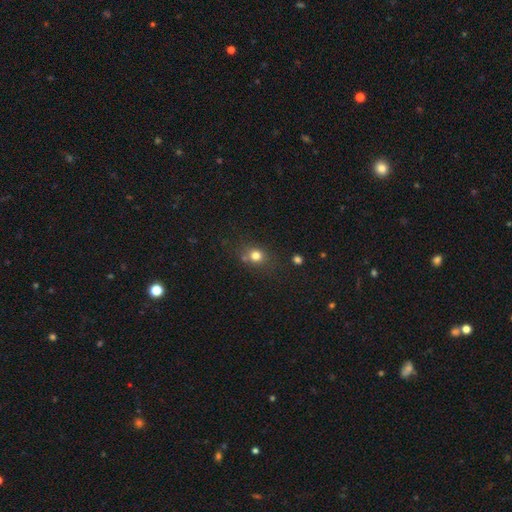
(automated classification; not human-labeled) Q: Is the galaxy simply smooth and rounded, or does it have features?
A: smooth — 77%.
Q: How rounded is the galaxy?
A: round — 72%.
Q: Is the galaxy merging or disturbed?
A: none — 69%.